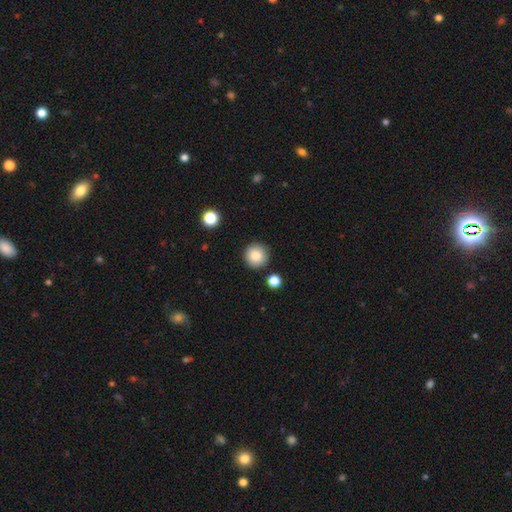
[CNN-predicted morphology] This appears to be a smooth galaxy with no disk features (86%) that is round (95%). Merging: none (89%).